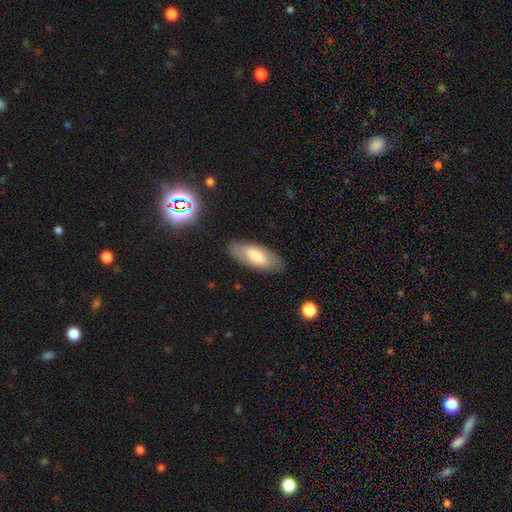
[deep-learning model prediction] Overall: smooth (58%; featured or disk 32%). How rounded: in between (80%). Merging: none (84%).